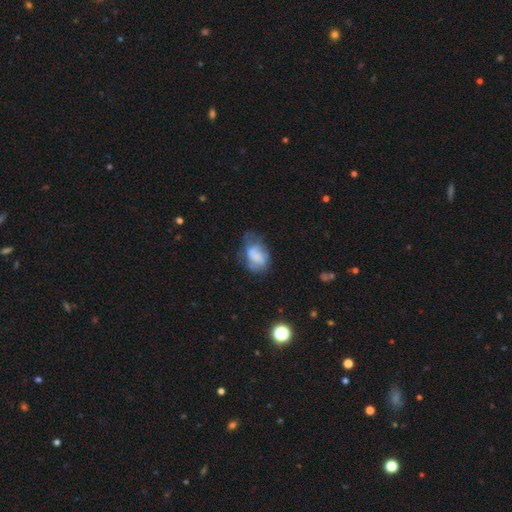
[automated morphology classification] The model was most divided on "merging": none: 35%, minor disturbance: 34%, major disturbance: 27%, merger: 5%. More confident: how rounded — in between (79%); smooth or featured — smooth (58%).